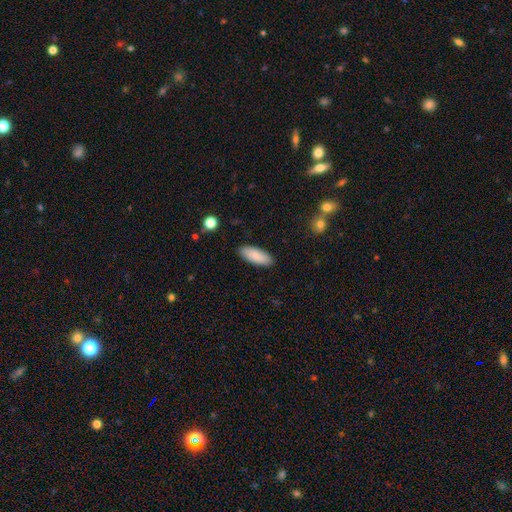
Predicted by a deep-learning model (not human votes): smooth-or-featured: smooth: 88% | featured or disk: 6% | star or artifact: 6%
  how-rounded: in between: 74% | cigar-shaped: 24% | round: 2%
  merging: none: 90% | minor disturbance: 8% | major disturbance: 2% | merger: 1%